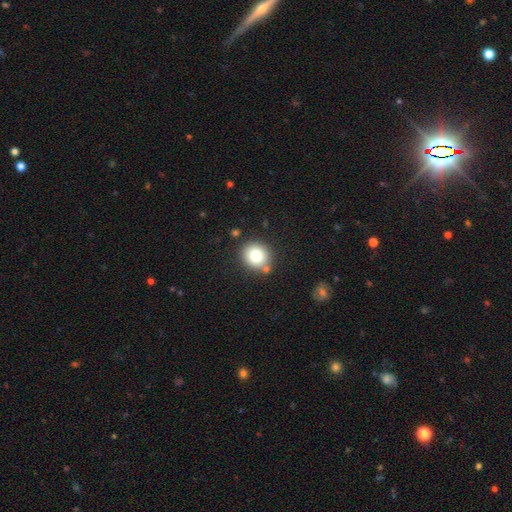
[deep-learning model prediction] smooth_or_featured: smooth (p=0.78) [alt: featured or disk p=0.11]
how_rounded: round (p=0.83) [alt: in between p=0.17]
merging: none (p=0.79) [alt: minor disturbance p=0.10]